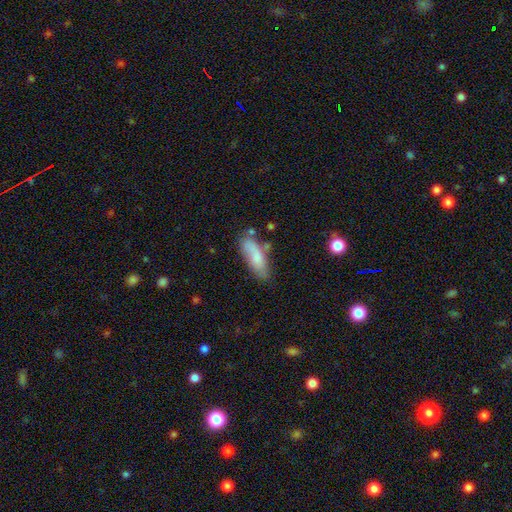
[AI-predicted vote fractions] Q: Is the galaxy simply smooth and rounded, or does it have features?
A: smooth — 74%.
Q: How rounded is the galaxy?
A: in between — 61%.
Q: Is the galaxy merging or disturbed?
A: none — 61%.